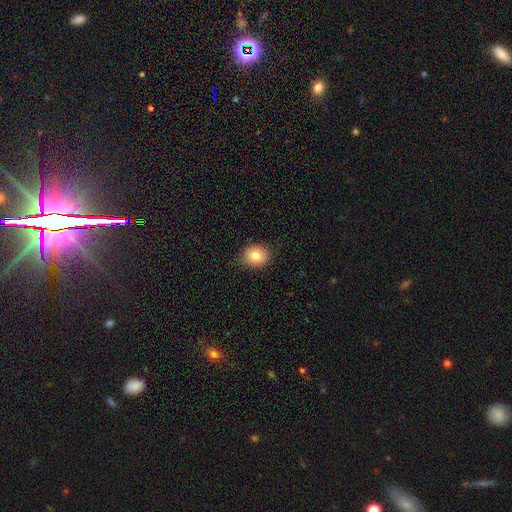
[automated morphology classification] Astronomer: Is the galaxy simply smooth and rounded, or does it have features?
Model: smooth — 81%.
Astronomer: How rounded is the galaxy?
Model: round — 66%.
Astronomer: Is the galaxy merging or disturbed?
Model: none — 86%.